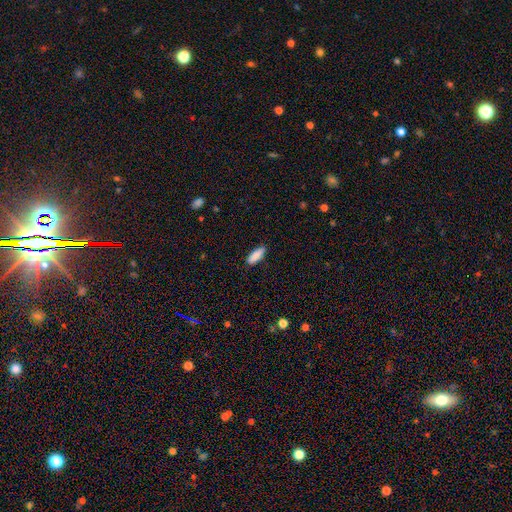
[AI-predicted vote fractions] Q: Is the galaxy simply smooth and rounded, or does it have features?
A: smooth — 86%.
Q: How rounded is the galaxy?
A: in between — 58%.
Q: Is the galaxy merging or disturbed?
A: none — 87%.